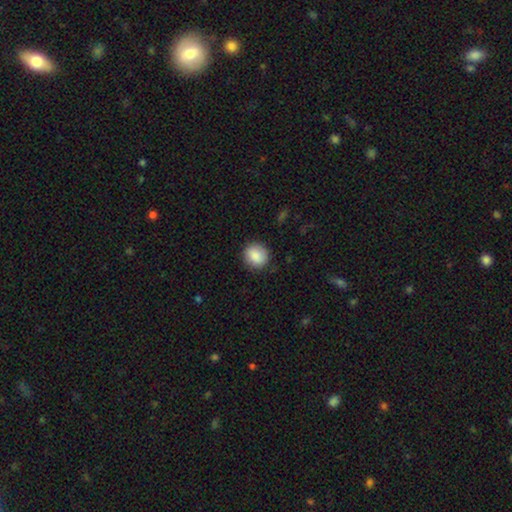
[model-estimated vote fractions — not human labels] Overall: smooth (88%). How rounded: round (82%). Merging: none (87%).